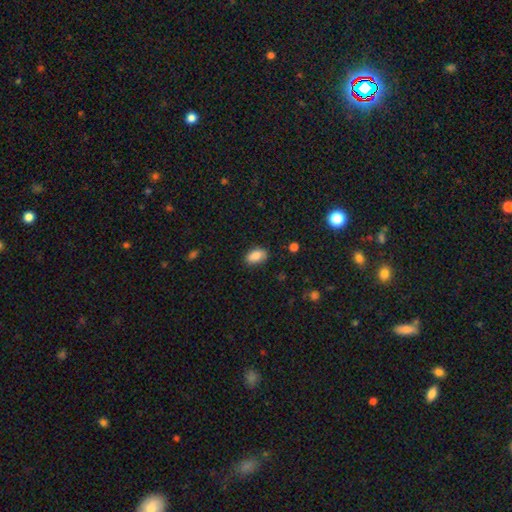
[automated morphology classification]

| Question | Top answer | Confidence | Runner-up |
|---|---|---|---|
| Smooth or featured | smooth | 85% | star or artifact (8%) |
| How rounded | in between | 90% | round (8%) |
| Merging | none | 83% | minor disturbance (13%) |